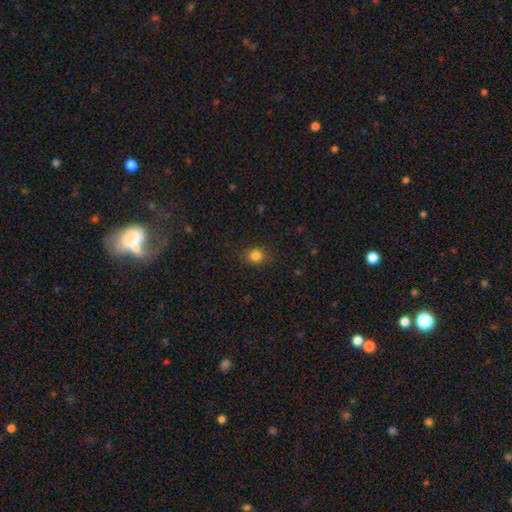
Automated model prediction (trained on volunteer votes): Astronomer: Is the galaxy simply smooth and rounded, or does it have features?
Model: smooth — 83%.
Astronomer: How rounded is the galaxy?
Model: round — 76%.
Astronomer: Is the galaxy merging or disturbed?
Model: none — 85%.